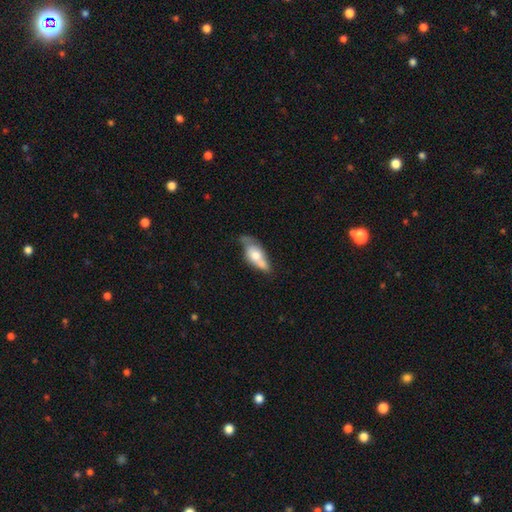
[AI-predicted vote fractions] The model was most divided on "merging": none: 35%, minor disturbance: 30%, merger: 22%, major disturbance: 13%. More confident: how rounded — in between (79%); smooth or featured — smooth (55%).